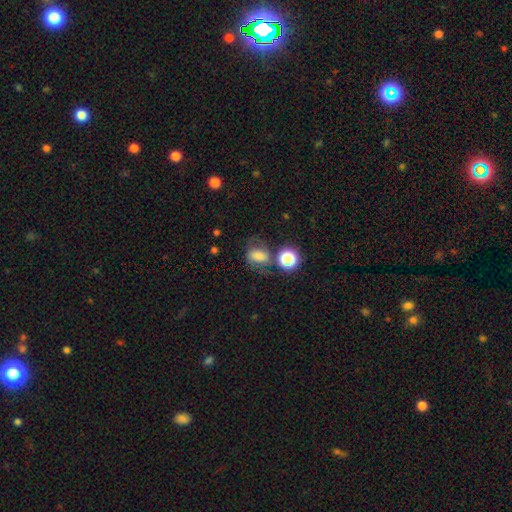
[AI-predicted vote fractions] A smooth galaxy with no disk features (56%) that is in between round and cigar-shaped (54%). Merging: none (49%).